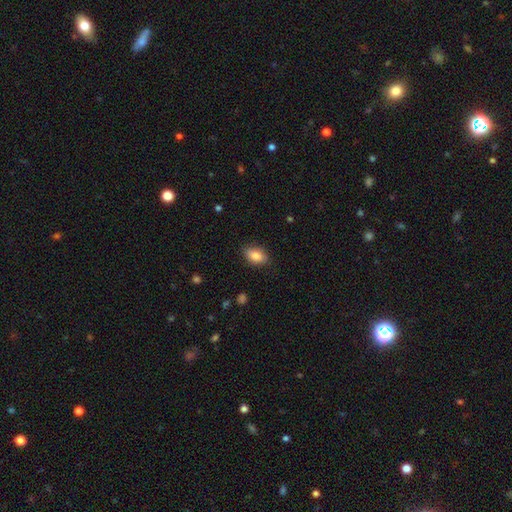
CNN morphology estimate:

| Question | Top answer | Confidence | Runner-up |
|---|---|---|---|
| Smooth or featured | smooth | 83% | featured or disk (9%) |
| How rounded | in between | 87% | round (10%) |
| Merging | none | 82% | minor disturbance (15%) |